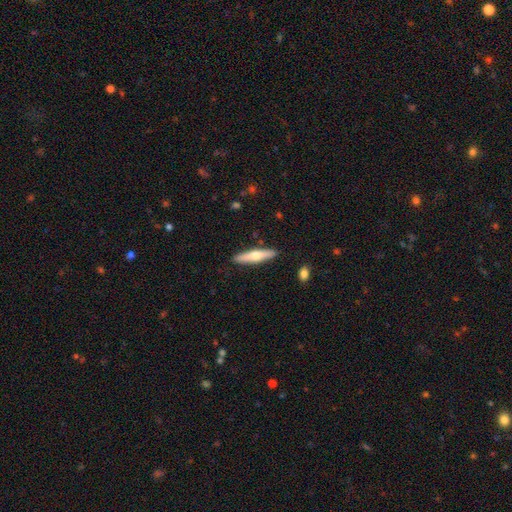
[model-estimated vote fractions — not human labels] smooth_or_featured: smooth (p=0.49) [alt: featured or disk p=0.45]
merging: none (p=0.89) [alt: minor disturbance p=0.08]